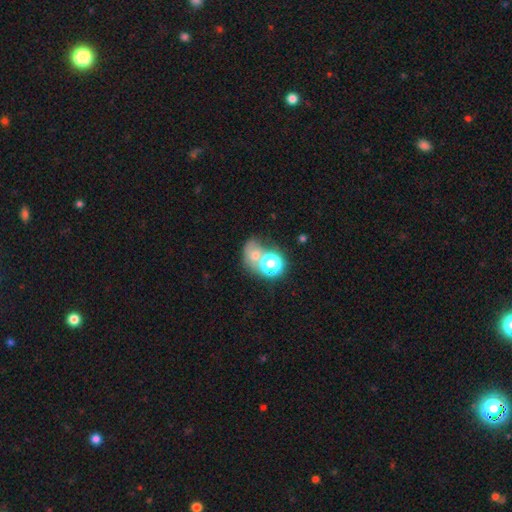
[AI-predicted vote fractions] This is possibly a smooth galaxy (50%). How rounded: possibly round (59%). Merging: marginally merger (44%).